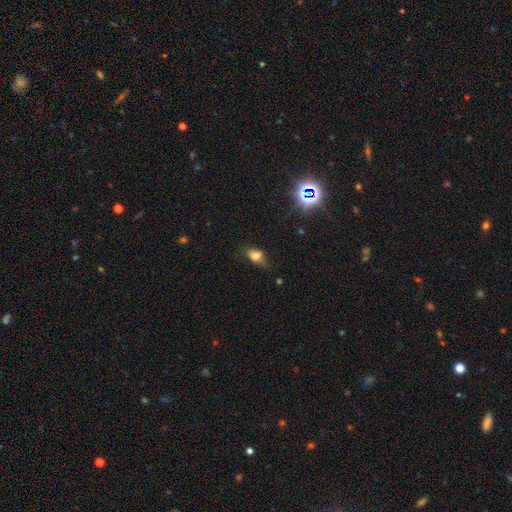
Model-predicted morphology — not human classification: Smooth or featured? Predicted: smooth (p=0.73). How rounded? Predicted: in between (p=0.79). Merging? Predicted: none (p=0.55).